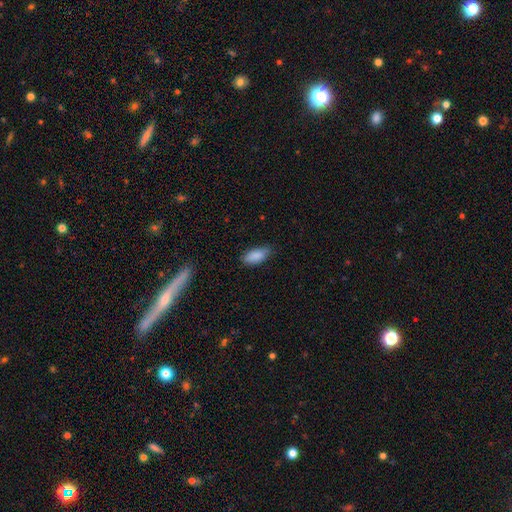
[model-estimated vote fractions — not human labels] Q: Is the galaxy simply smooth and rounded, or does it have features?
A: smooth — 88%.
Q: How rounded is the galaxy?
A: in between — 86%.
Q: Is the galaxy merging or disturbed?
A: none — 76%.